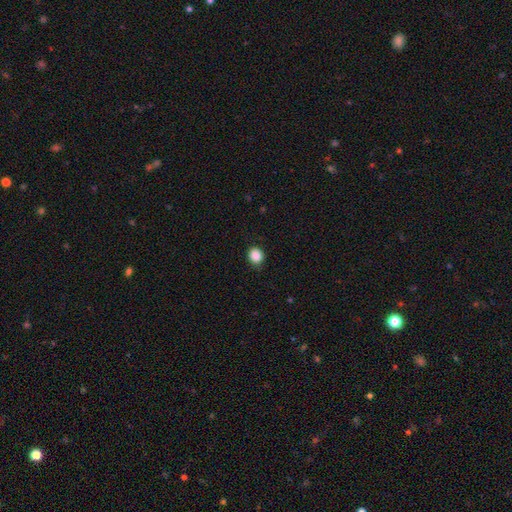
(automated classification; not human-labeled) smooth 88%, star or artifact 9%, featured or disk 3%. Down the decision tree: how rounded — round (73%); merging — none (86%).